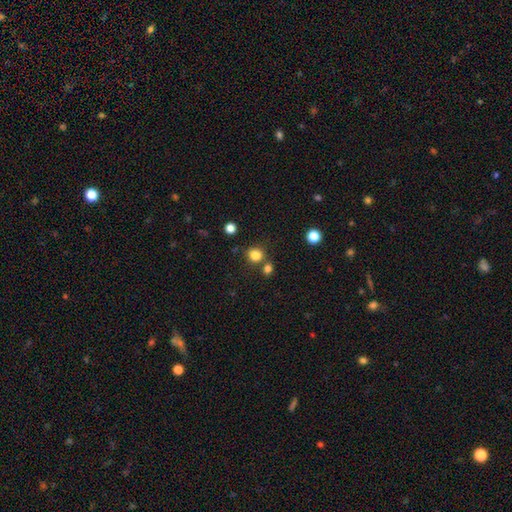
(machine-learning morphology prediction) This is clearly a smooth galaxy (83%). How rounded: likely round (75%). Merging: likely none (70%).